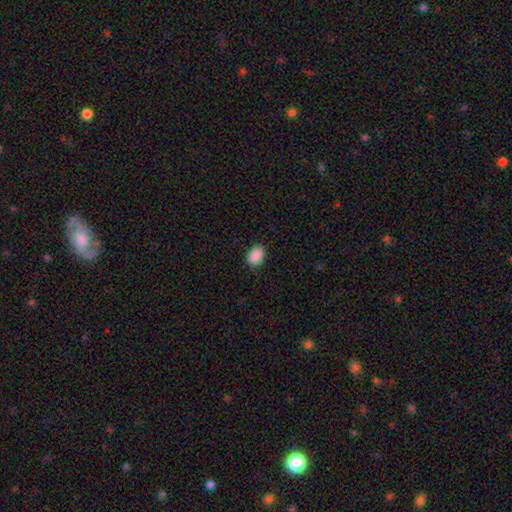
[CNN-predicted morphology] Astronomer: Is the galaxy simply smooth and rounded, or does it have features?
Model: smooth — 90%.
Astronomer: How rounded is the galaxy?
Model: in between — 74%.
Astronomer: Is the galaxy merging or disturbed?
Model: none — 87%.